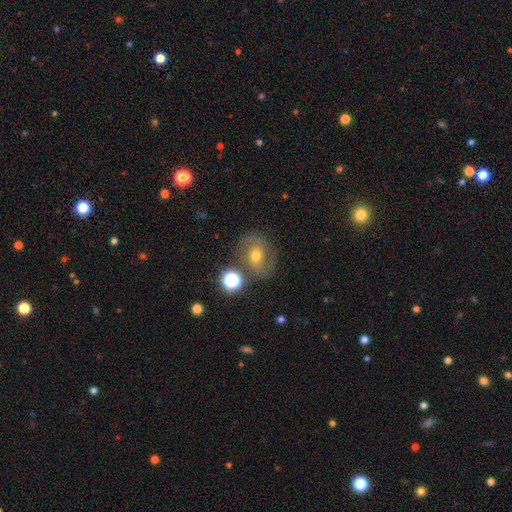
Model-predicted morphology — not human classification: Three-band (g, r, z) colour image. It shows a featured or disk galaxy (60%) with no bar (53%), spiral arms (82%) and a moderate central bulge (70%). Merging: none (71%).